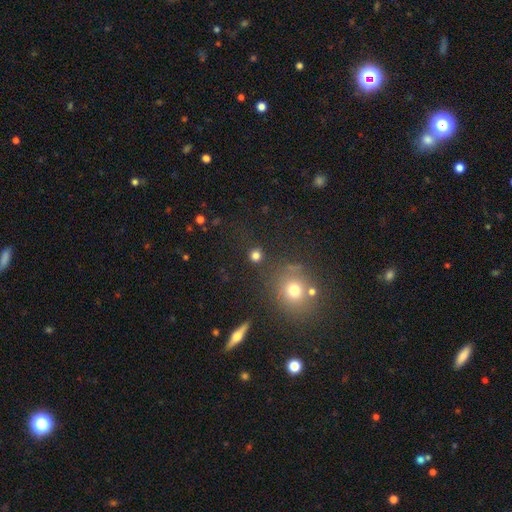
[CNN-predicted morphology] Smooth or featured? smooth (78%)
How rounded? round (90%)
Merging? none (84%)